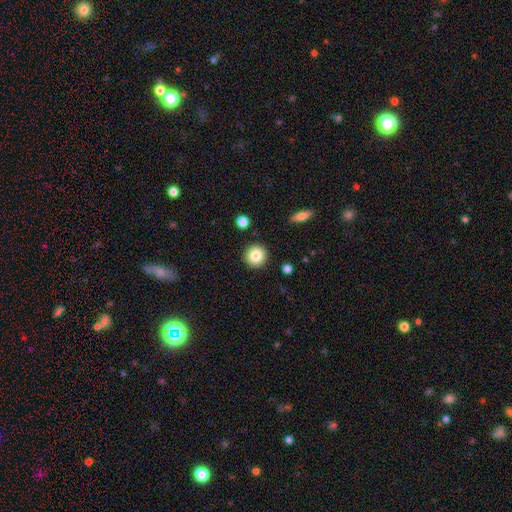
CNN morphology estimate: This appears to be a smooth galaxy with no disk features (83%) that is round (94%). Merging: none (91%).